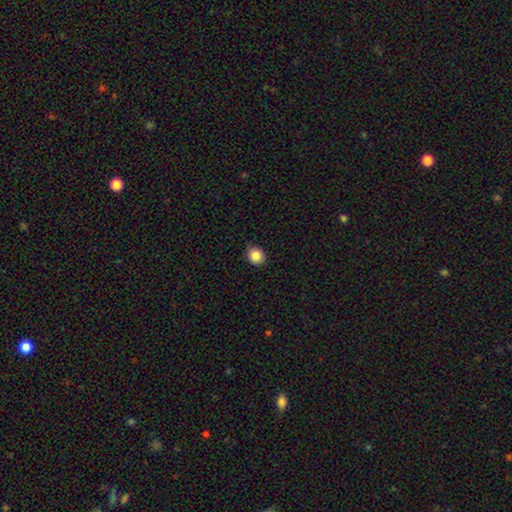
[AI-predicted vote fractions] Smooth or featured? smooth (85%)
How rounded? round (75%)
Merging? none (83%)